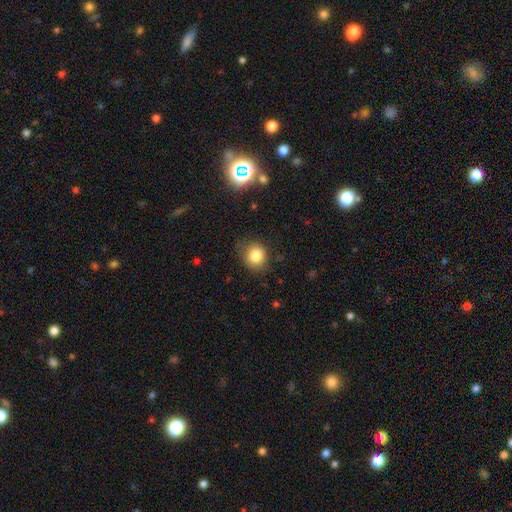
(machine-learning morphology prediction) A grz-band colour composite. It shows a smooth galaxy with no disk features (82%) that is round (77%). Merging: none (76%).